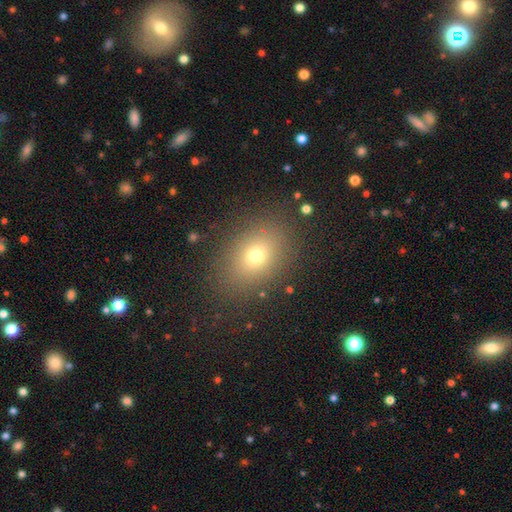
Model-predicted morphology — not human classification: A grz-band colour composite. It shows a smooth galaxy with no disk features (71%) that is in between round and cigar-shaped (67%). Merging: none (85%).